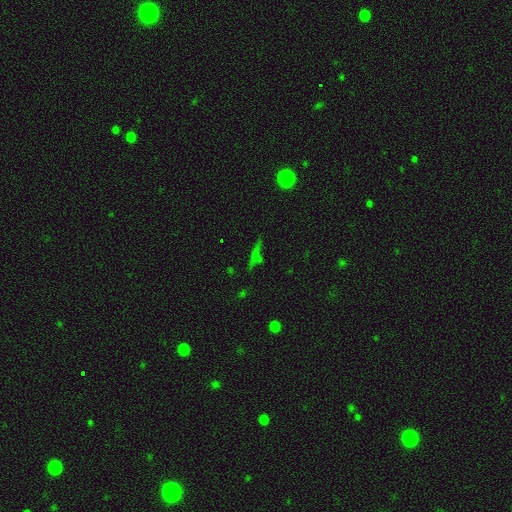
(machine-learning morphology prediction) Smooth or featured? Predicted: smooth (p=0.40). Merging? Predicted: none (p=0.68).